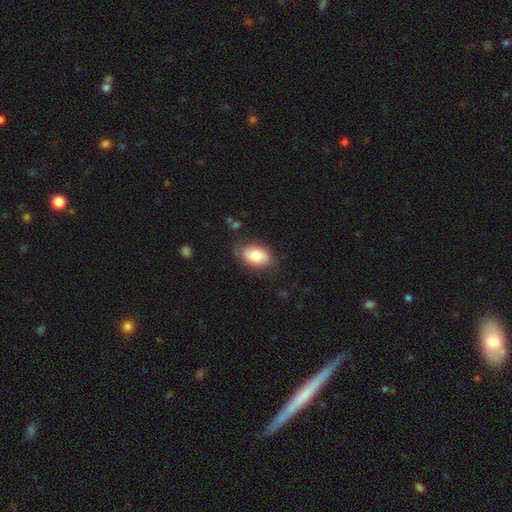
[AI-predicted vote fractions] Smooth or featured? smooth (79%)
How rounded? in between (87%)
Merging? none (76%)